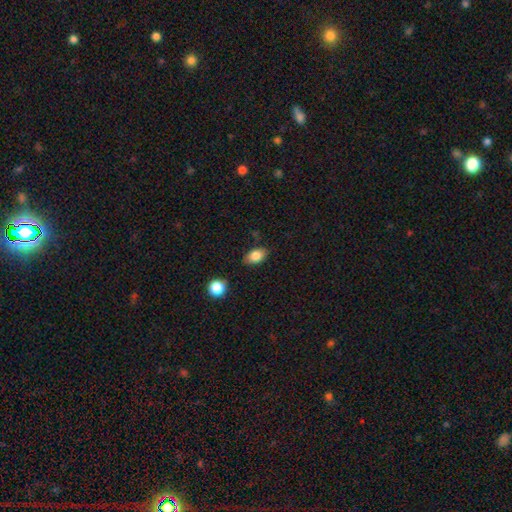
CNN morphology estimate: This appears to be a smooth galaxy with no disk features (83%) that is in between round and cigar-shaped (84%). Merging: none (81%).